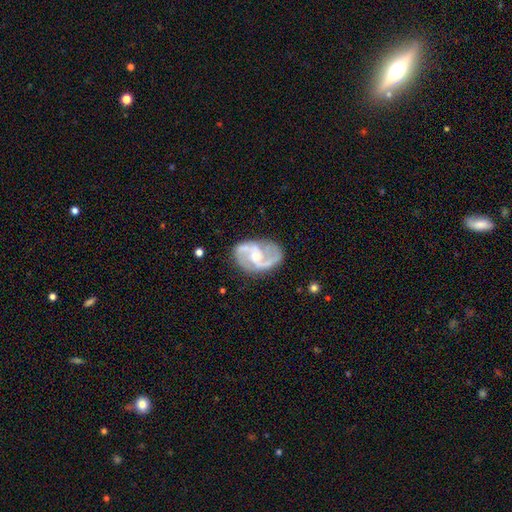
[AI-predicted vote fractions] A featured or disk galaxy (85%) with a weak bar (45%), 2 (85%) medium (52%) spiral arms (94%) and a moderate central bulge (50%).

Vote fractions:
- Smooth or featured? featured or disk: 85% / smooth: 10% / star or artifact: 5%
- Edge-on disk? no: 97% / yes: 3%
- Bar? weak: 45% / no: 40% / strong: 15%
- Spiral arms? yes: 94% / no: 6%
- Spiral winding? medium: 52% / loose: 32% / tight: 16%
- Spiral arm count? 2: 85% / can't tell: 5% / 3: 4% / 1: 2% / 4: 1% / more than 4: 1%
- Bulge size? moderate: 50% / small: 37% / none: 7% / large: 5% / dominant: 1%
- Merging? none: 70% / minor disturbance: 18% / major disturbance: 9% / merger: 3%